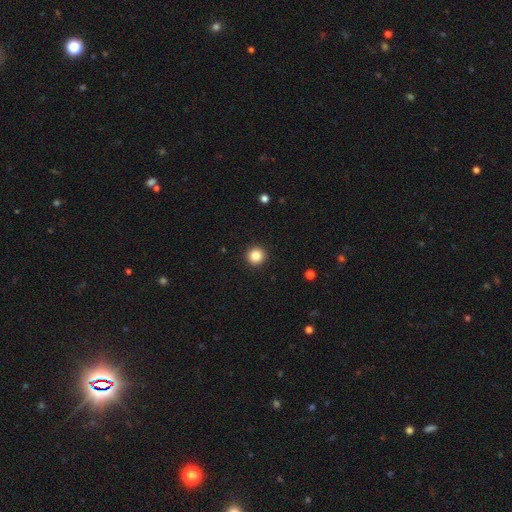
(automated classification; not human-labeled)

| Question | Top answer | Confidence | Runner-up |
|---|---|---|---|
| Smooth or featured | smooth | 86% | star or artifact (10%) |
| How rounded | round | 95% | in between (4%) |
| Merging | none | 93% | minor disturbance (4%) |